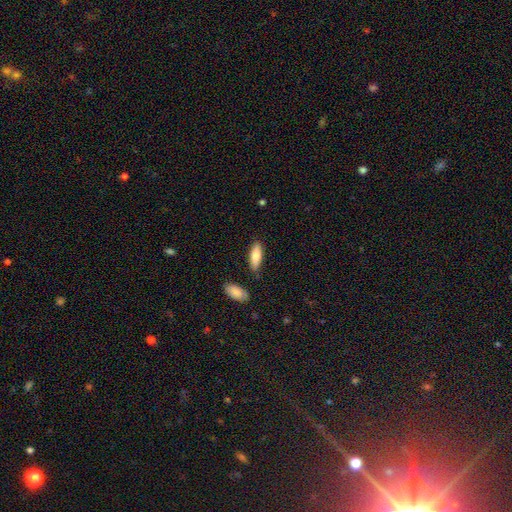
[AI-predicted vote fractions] The model was most divided on "how rounded": in between: 63%, cigar-shaped: 35%, round: 2%. More confident: merging — none (82%); smooth or featured — smooth (79%).